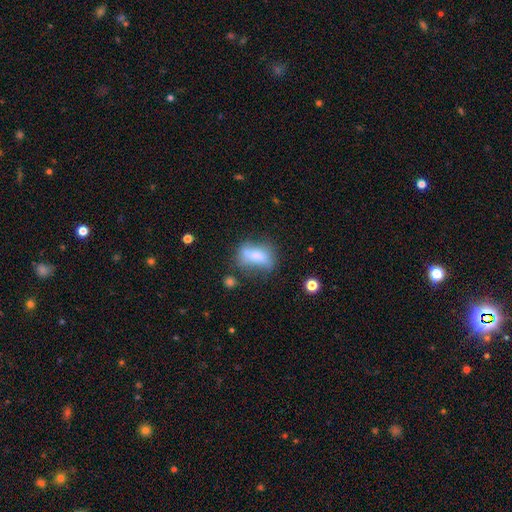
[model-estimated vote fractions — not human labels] Smooth or featured? smooth (65%)
How rounded? in between (78%)
Merging? none (36%)